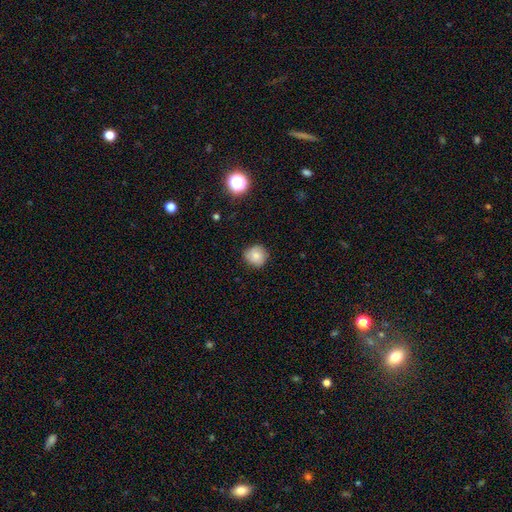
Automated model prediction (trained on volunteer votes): smooth-or-featured: smooth: 83% | star or artifact: 10% | featured or disk: 7%
  how-rounded: round: 90% | in between: 9% | cigar-shaped: 1%
  merging: none: 86% | minor disturbance: 11% | major disturbance: 2% | merger: 1%